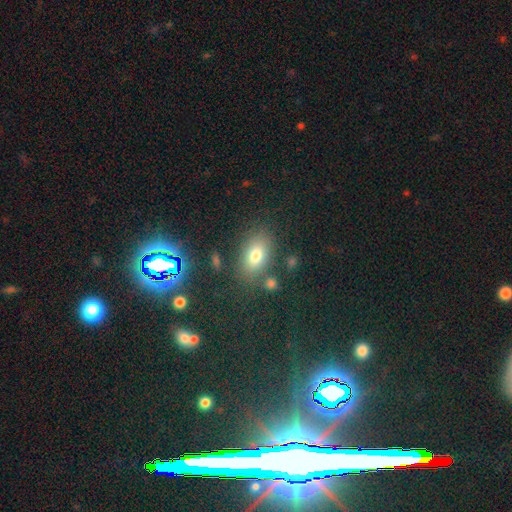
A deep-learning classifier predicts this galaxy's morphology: Overall: smooth (75%). How rounded: in between (82%). Merging: none (77%).